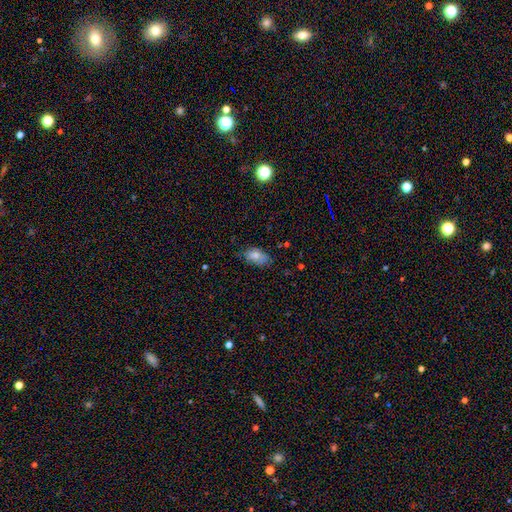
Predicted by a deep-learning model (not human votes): Q: Smooth or featured?
A: smooth (78%); runner-up: featured or disk (13%)
Q: How rounded?
A: in between (89%); runner-up: round (8%)
Q: Merging?
A: none (63%); runner-up: minor disturbance (29%)